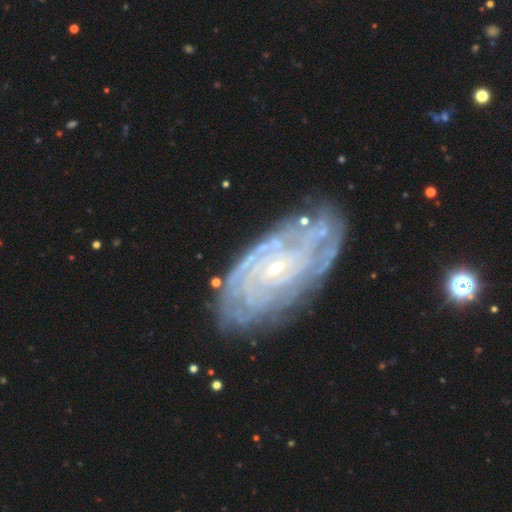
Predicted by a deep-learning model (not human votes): A featured or disk galaxy (85%) with no bar (70%), tight (79%) spiral arms (94%) and a small central bulge (85%). Merging: none (77%).